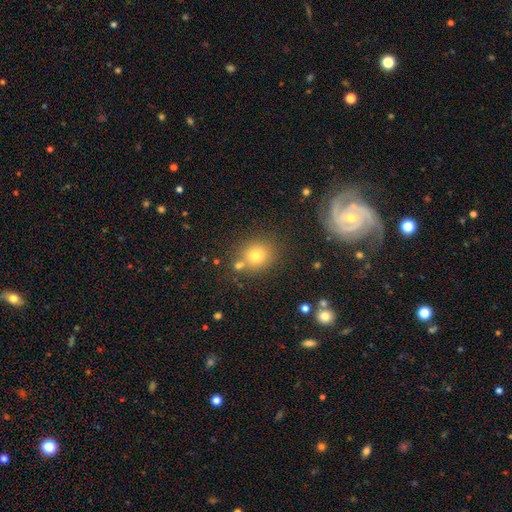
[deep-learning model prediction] Smooth or featured? smooth (74%)
How rounded? round (82%)
Merging? none (73%)